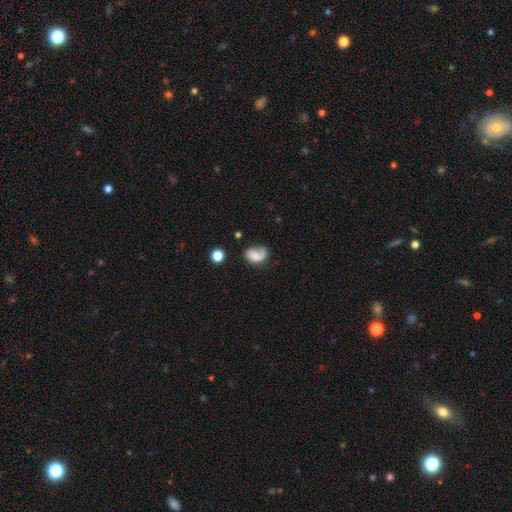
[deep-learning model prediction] smooth 51%, featured or disk 39%, star or artifact 10%. Down the decision tree: how rounded — in between (74%); merging — none (39%).